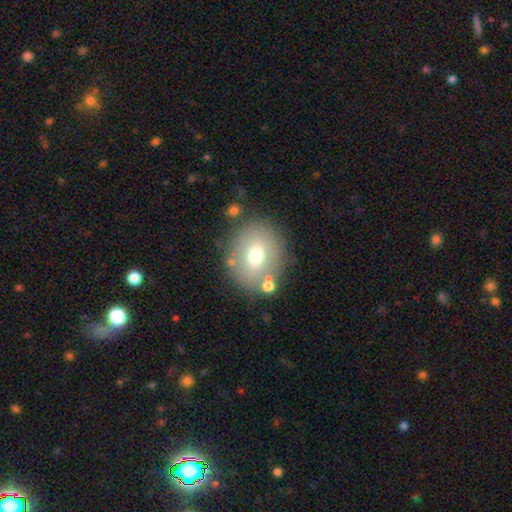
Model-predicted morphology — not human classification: Q: Smooth or featured?
A: smooth (62%); runner-up: featured or disk (28%)
Q: How rounded?
A: round (58%); runner-up: in between (40%)
Q: Merging?
A: none (76%); runner-up: minor disturbance (12%)